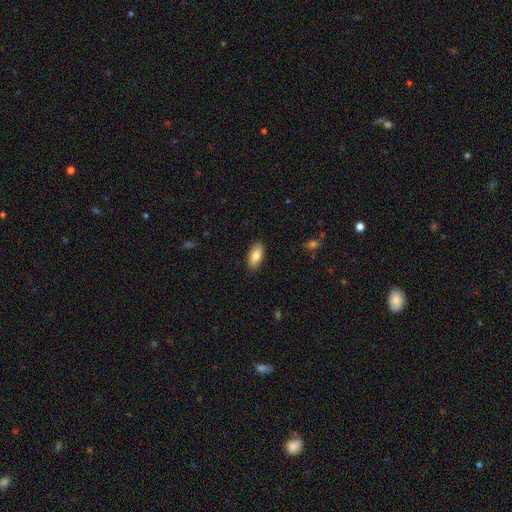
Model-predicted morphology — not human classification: smooth_or_featured: smooth (p=0.81) [alt: featured or disk p=0.12]
how_rounded: in between (p=0.90) [alt: cigar-shaped p=0.07]
merging: none (p=0.87) [alt: minor disturbance p=0.10]